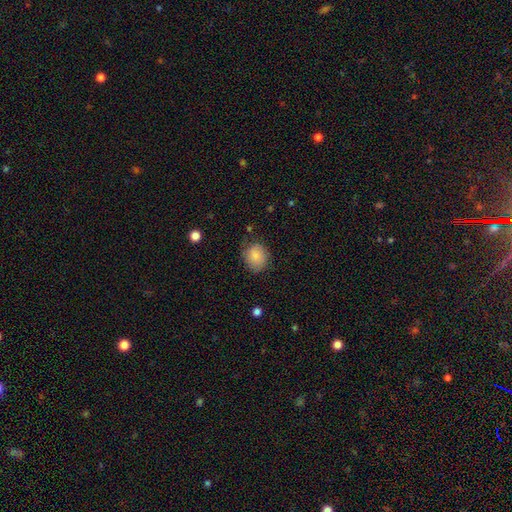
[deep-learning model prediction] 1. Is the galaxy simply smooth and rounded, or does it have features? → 85% smooth, 8% star or artifact, 7% featured or disk.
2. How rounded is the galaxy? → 68% round, 31% in between, 1% cigar-shaped.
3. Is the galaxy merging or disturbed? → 74% none, 19% minor disturbance, 5% major disturbance, 1% merger.